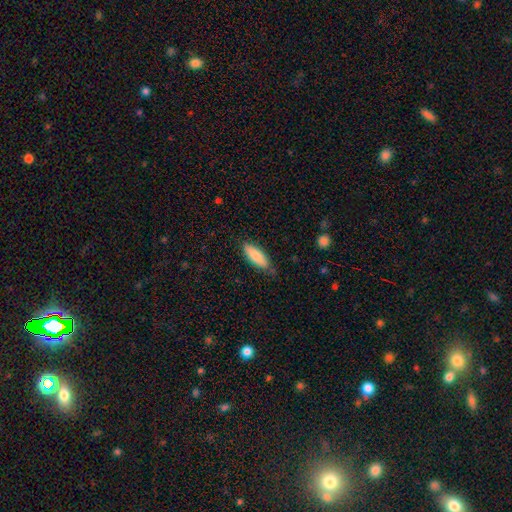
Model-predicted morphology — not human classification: Q: Smooth or featured?
A: smooth (82%); runner-up: featured or disk (12%)
Q: How rounded?
A: in between (65%); runner-up: cigar-shaped (33%)
Q: Merging?
A: none (78%); runner-up: minor disturbance (17%)